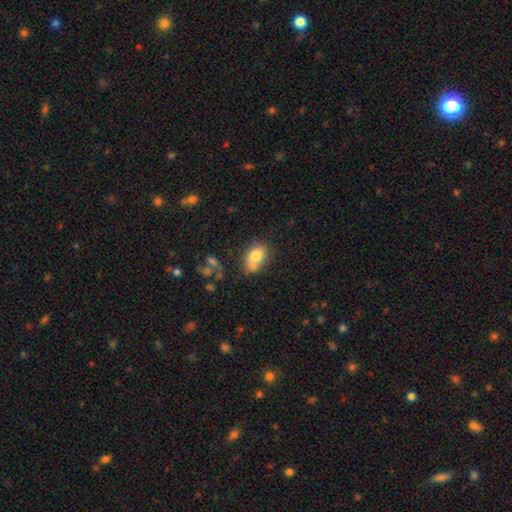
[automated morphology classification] This is likely a smooth galaxy (76%). How rounded: likely in between (74%). Merging: possibly none (47%).